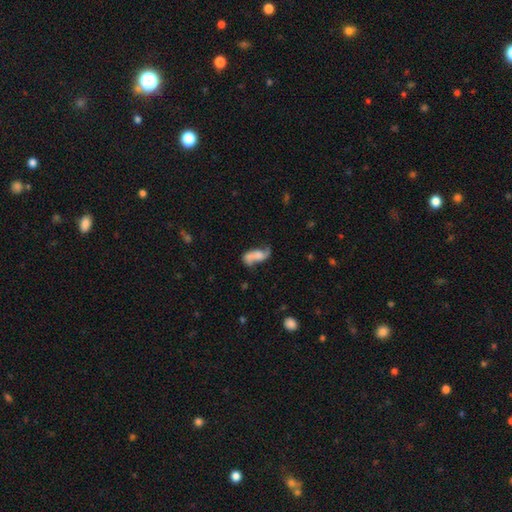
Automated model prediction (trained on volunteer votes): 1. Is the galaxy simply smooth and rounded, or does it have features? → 57% featured or disk, 34% smooth, 9% star or artifact.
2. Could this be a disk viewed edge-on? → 93% no, 7% yes.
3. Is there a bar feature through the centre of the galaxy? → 63% no, 27% weak, 10% strong.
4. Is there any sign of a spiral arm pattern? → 84% yes, 16% no.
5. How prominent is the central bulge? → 47% none, 22% small, 16% moderate, 11% large, 4% dominant.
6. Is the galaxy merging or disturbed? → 47% none, 23% minor disturbance, 19% major disturbance, 11% merger.